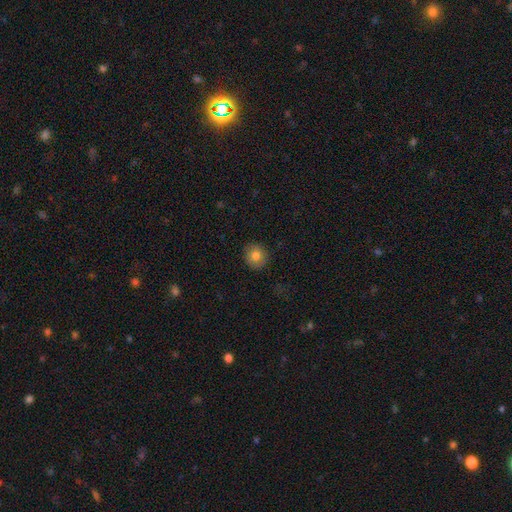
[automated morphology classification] smooth_or_featured: smooth (p=0.80) [alt: featured or disk p=0.10]
how_rounded: round (p=0.87) [alt: in between p=0.12]
merging: none (p=0.90) [alt: minor disturbance p=0.08]